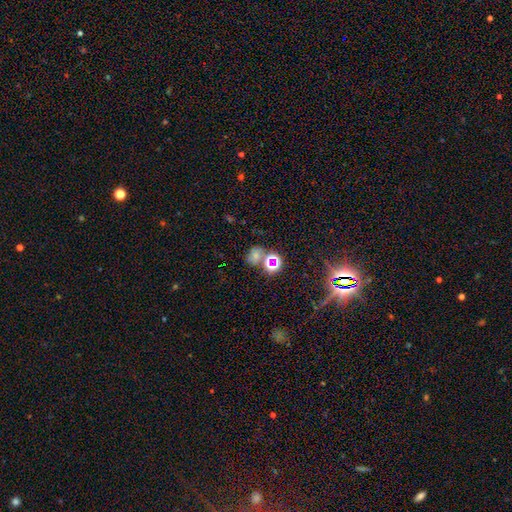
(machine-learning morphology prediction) Overall: smooth (48%; star or artifact 34%). Merging: none (52%; merger 27%).